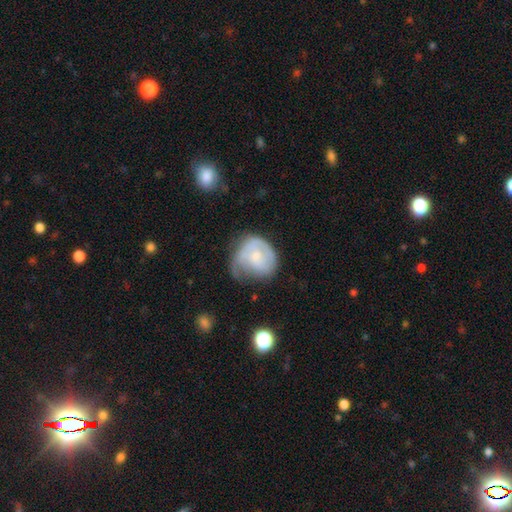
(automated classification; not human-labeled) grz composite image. It shows a featured or disk galaxy (51%). Merging: minor disturbance (34%).